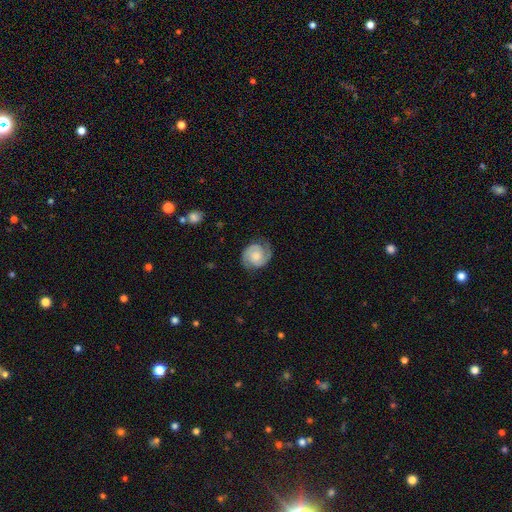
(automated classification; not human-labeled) A featured or disk galaxy (81%) with no bar (64%), 2 (91%) tight (52%) spiral arms (97%) and a moderate central bulge (50%).

Vote fractions:
- Smooth or featured? featured or disk: 81% / smooth: 13% / star or artifact: 6%
- Edge-on disk? no: 98% / yes: 2%
- Bar? no: 64% / weak: 30% / strong: 5%
- Spiral arms? yes: 97% / no: 3%
- Spiral winding? tight: 52% / medium: 41% / loose: 8%
- Spiral arm count? 2: 91% / can't tell: 4% / 1: 2% / 3: 2% / 4: 1% / more than 4: 1%
- Bulge size? moderate: 50% / small: 27% / large: 11% / none: 11% / dominant: 2%
- Merging? none: 80% / minor disturbance: 15% / major disturbance: 4% / merger: 1%